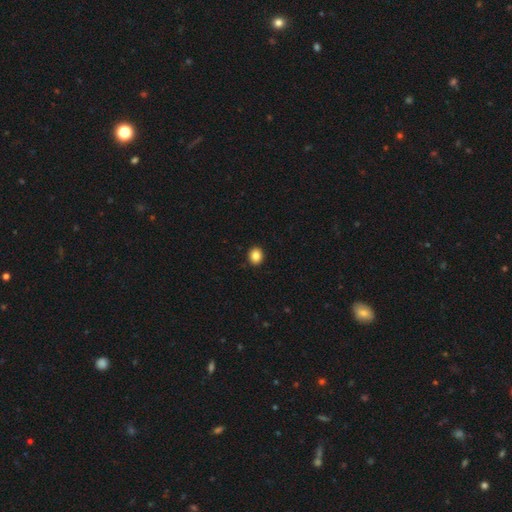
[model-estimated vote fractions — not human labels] A smooth galaxy with no disk features (86%) that is round (72%). Merging: none (93%).